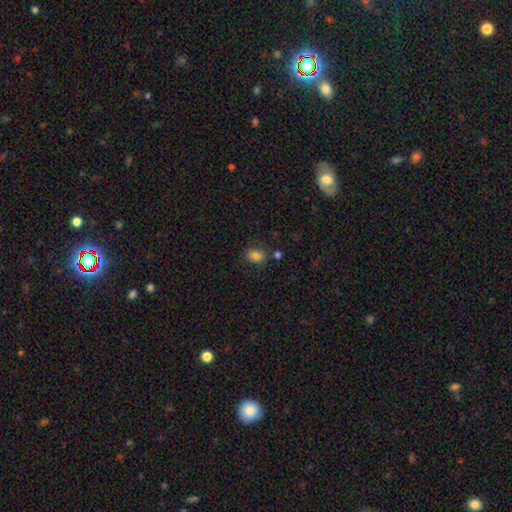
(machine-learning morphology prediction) type=smooth (81%); roundness=in between (63%); merging=none (74%).